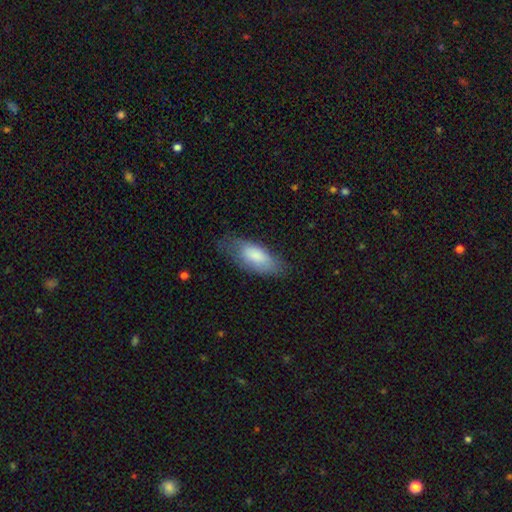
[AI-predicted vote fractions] A smooth galaxy with no disk features (79%) that is in between round and cigar-shaped (83%). Merging: none (62%).